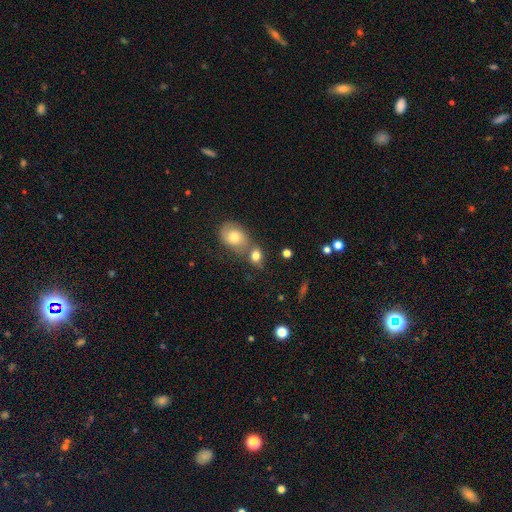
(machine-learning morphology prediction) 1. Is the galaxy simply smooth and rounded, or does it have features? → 77% smooth, 13% featured or disk, 11% star or artifact.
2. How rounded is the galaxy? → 52% in between, 46% round, 2% cigar-shaped.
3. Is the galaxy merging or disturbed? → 46% none, 37% merger, 12% minor disturbance, 5% major disturbance.